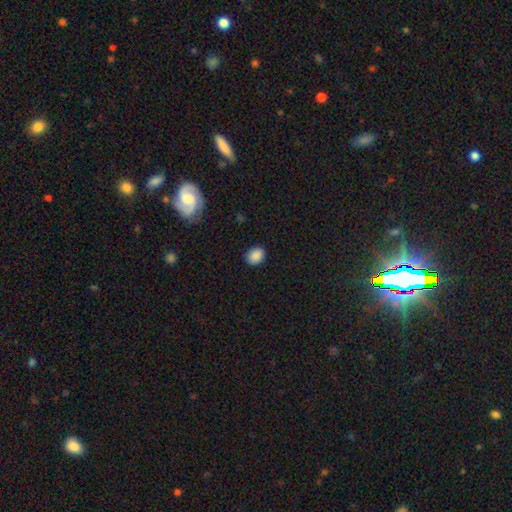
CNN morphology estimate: This appears to be a smooth galaxy with no disk features (88%) that is in between round and cigar-shaped (61%). Merging: none (87%).